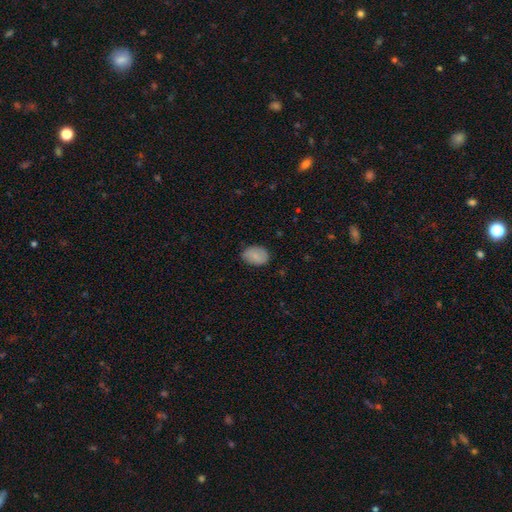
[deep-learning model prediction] The model was most divided on "how rounded": in between: 78%, round: 21%, cigar-shaped: 1%. More confident: smooth or featured — smooth (83%); merging — none (80%).